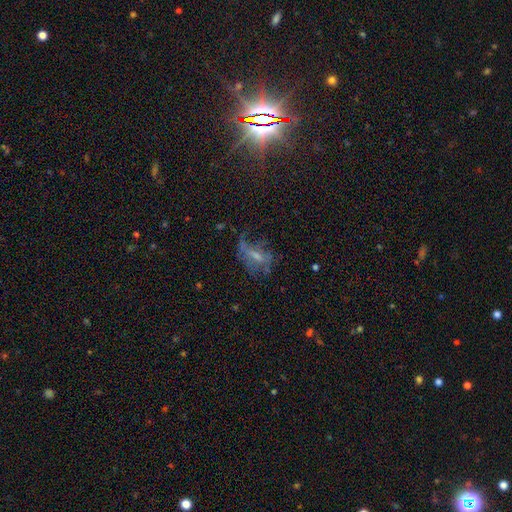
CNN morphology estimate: type=featured or disk (50%); edge-on=no (90%); merging=major disturbance (37%, tied with none).